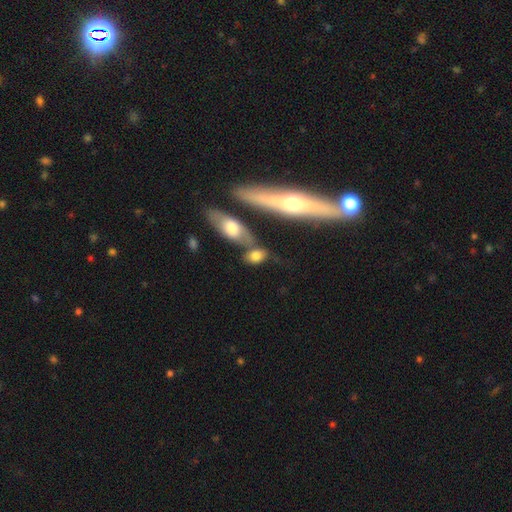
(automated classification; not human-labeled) Smooth or featured? smooth (75%)
How rounded? in between (71%)
Merging? none (57%)